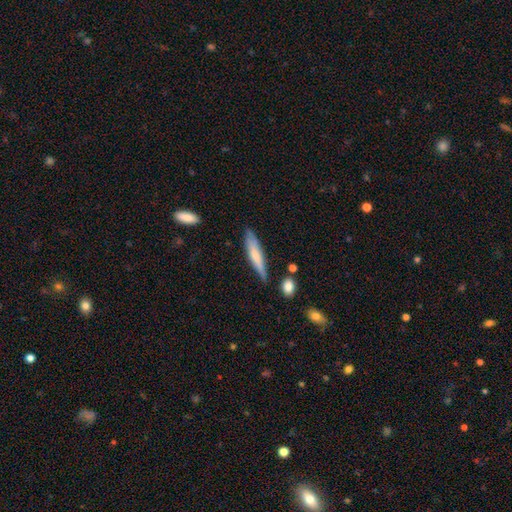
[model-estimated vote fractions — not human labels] Smooth or featured: smooth — 63% (featured or disk — 31%)
How rounded: cigar-shaped — 84% (in between — 14%)
Merging: none — 73% (minor disturbance — 19%)